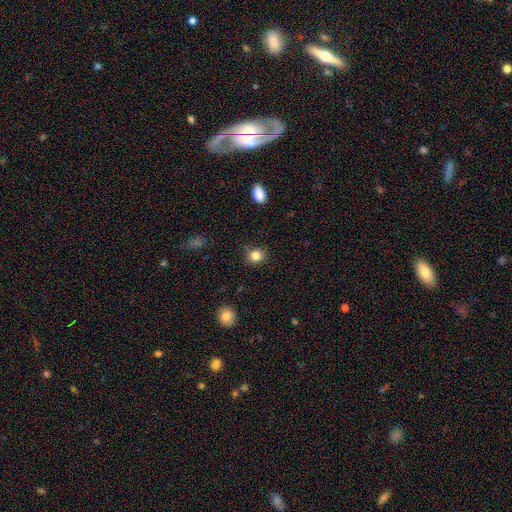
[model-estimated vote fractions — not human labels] Smooth or featured: smooth — 84% (star or artifact — 11%)
How rounded: round — 83% (in between — 16%)
Merging: none — 87% (minor disturbance — 9%)